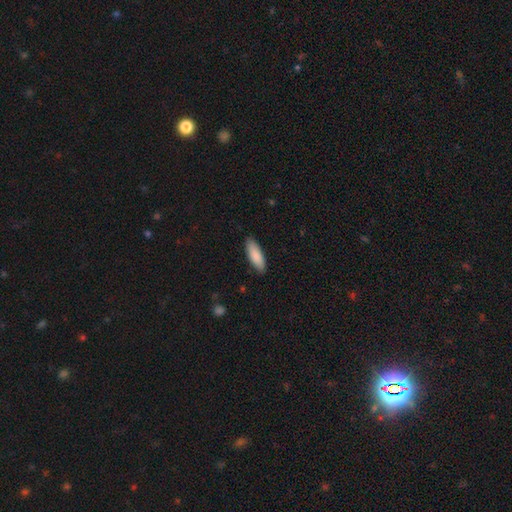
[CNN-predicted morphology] Q: Smooth or featured?
A: smooth (88%); runner-up: featured or disk (6%)
Q: How rounded?
A: in between (62%); runner-up: cigar-shaped (37%)
Q: Merging?
A: none (88%); runner-up: minor disturbance (9%)